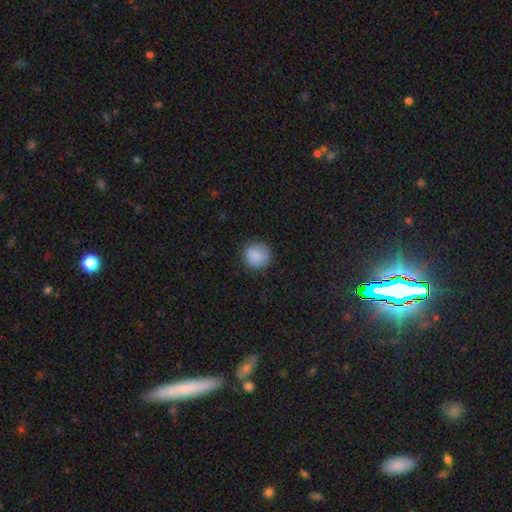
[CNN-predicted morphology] A smooth galaxy with no disk features (87%) that is round (92%).

Vote fractions:
- Smooth or featured? smooth: 87% / star or artifact: 8% / featured or disk: 5%
- How rounded? round: 92% / in between: 7% / cigar-shaped: 1%
- Merging? none: 87% / minor disturbance: 10% / major disturbance: 3% / merger: 1%